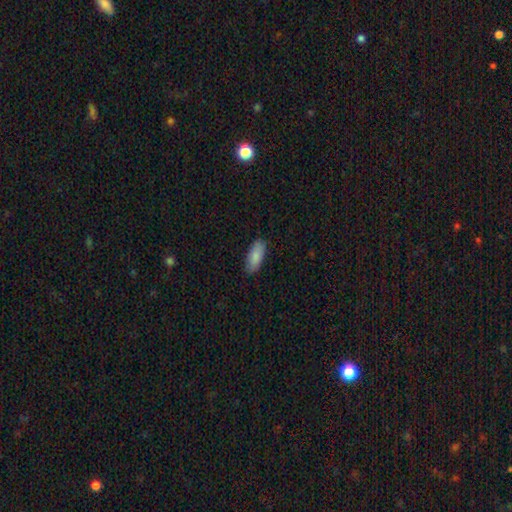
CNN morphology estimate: smooth-or-featured: smooth: 87% | featured or disk: 7% | star or artifact: 6%
  how-rounded: in between: 83% | cigar-shaped: 16% | round: 2%
  merging: none: 86% | minor disturbance: 11% | major disturbance: 2% | merger: 1%